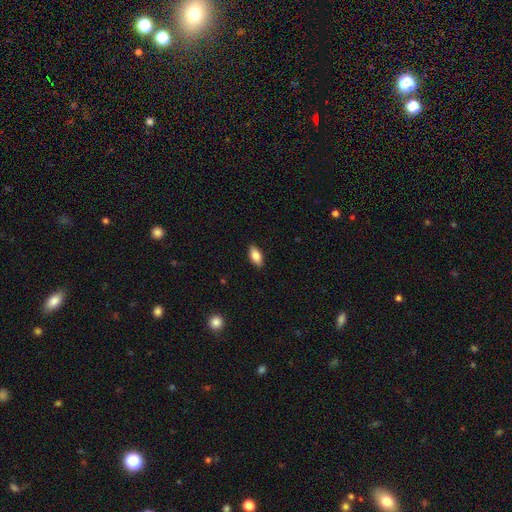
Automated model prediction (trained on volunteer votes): This appears to be a smooth galaxy with no disk features (83%) that is in between round and cigar-shaped (89%). Merging: none (89%).